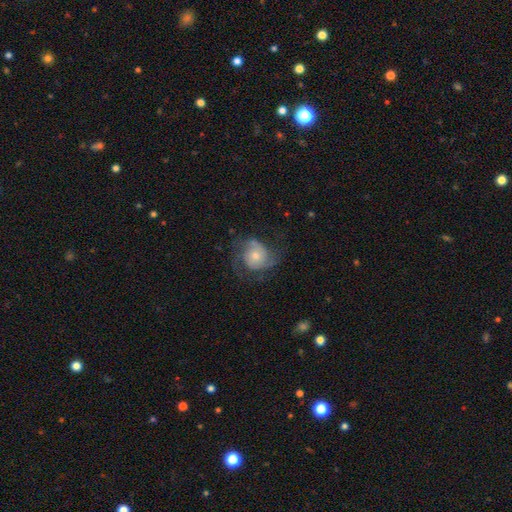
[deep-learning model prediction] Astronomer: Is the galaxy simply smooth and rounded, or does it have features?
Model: featured or disk — 70%.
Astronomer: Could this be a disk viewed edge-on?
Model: no — 98%.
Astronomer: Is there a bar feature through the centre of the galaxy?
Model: no — 76%.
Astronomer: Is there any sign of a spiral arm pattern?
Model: yes — 90%.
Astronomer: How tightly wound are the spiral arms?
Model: medium — 47% (runner-up: tight, 30%).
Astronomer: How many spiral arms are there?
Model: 2 — 58%.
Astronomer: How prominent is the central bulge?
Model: small — 47% (runner-up: moderate, 43%).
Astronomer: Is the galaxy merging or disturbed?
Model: none — 57%.